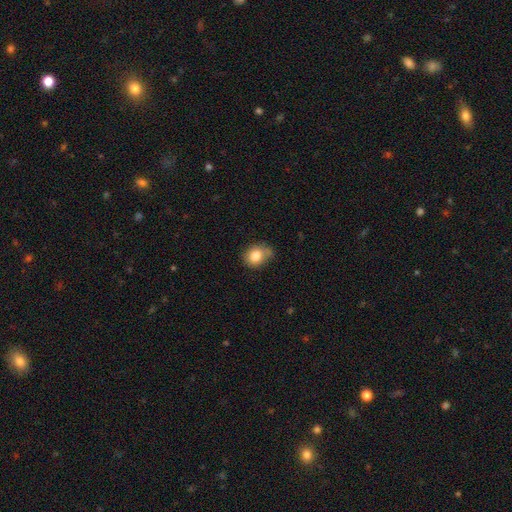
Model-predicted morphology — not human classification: This is clearly a smooth galaxy (81%). How rounded: possibly round (53%). Merging: likely none (61%).